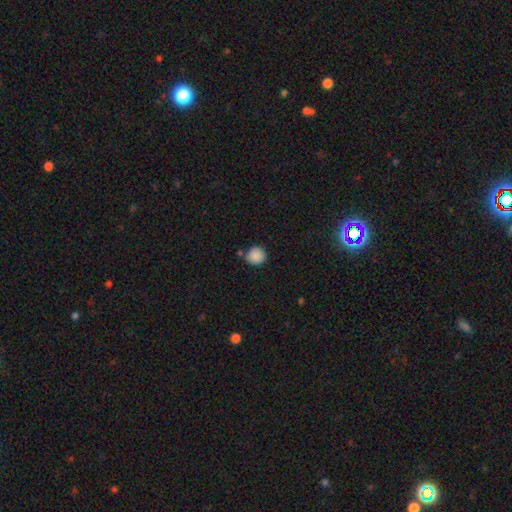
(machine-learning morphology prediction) Smooth or featured? Predicted: smooth (p=0.88). How rounded? Predicted: round (p=0.91). Merging? Predicted: none (p=0.78).